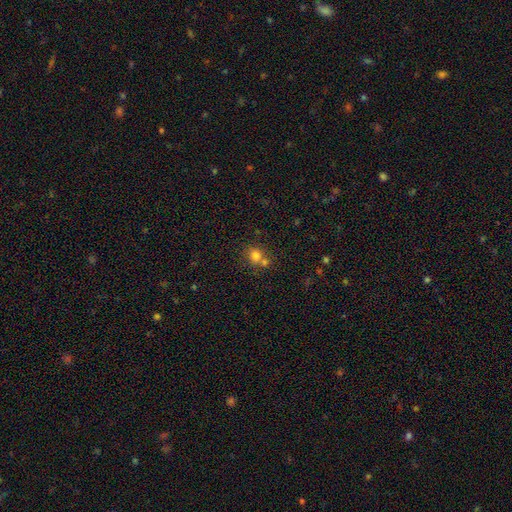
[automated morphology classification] Smooth or featured?
  - smooth: 77% *
  - star or artifact: 13%
  - featured or disk: 9%
How rounded?
  - round: 79% *
  - in between: 20%
  - cigar-shaped: 1%
Merging?
  - none: 52% *
  - merger: 37%
  - minor disturbance: 9%
  - major disturbance: 3%